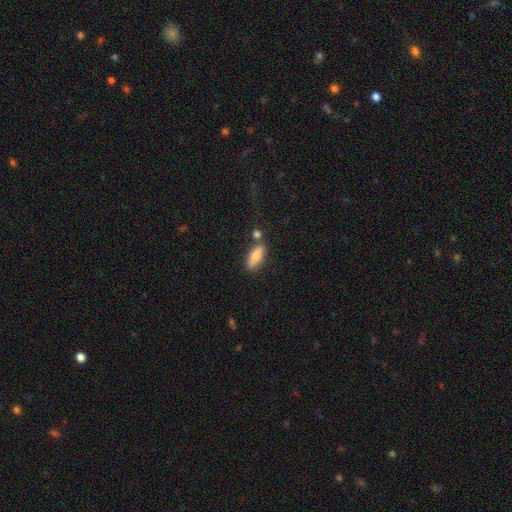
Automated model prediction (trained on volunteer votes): smooth 79%, featured or disk 15%, star or artifact 7%. Down the decision tree: how rounded — in between (62%); merging — none (69%).